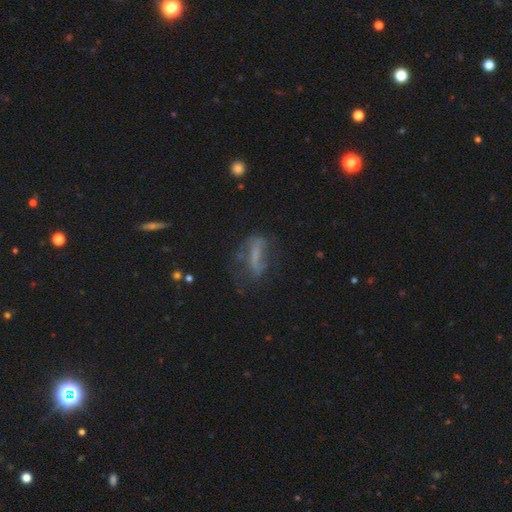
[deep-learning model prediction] Smooth or featured: featured or disk — 47% (smooth — 37%)
Merging: none — 41% (major disturbance — 29%)